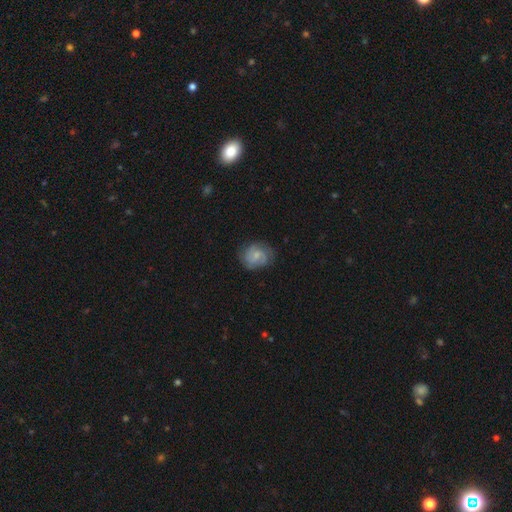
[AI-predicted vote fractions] Smooth or featured? Predicted: featured or disk (p=0.49). Merging? Predicted: none (p=0.71).